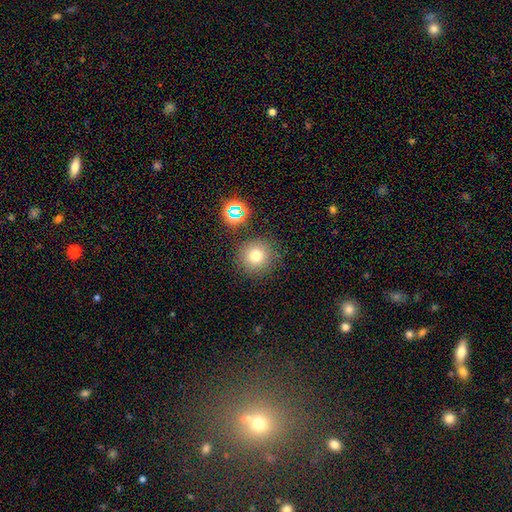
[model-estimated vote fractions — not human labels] The model was most divided on "smooth or featured": smooth: 73%, star or artifact: 17%, featured or disk: 10%. More confident: how rounded — round (95%); merging — none (84%).